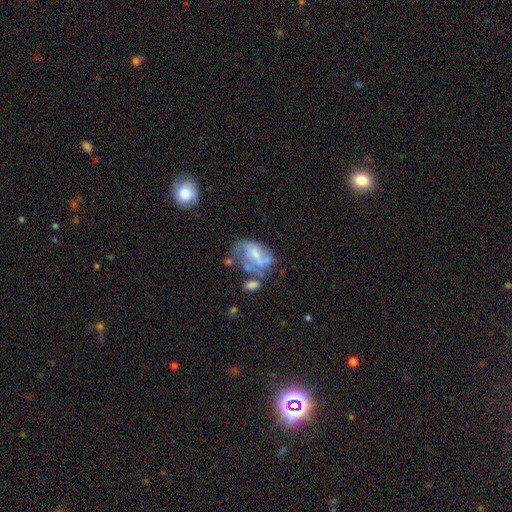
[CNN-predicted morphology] smooth-or-featured: featured or disk: 66% | smooth: 25% | star or artifact: 9%
  disk-edge-on: no: 97% | yes: 3%
    bar: no: 60% | weak: 32% | strong: 8%
    has-spiral-arms: yes: 64% | no: 36%
    bulge-size: small: 47% | moderate: 26% | none: 23% | large: 3% | dominant: 1%
  merging: none: 31% | major disturbance: 28% | minor disturbance: 21% | merger: 20%